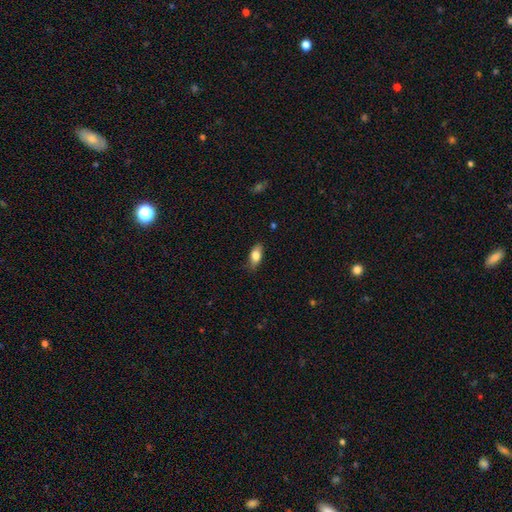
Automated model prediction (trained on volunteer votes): smooth_or_featured: smooth (p=0.79) [alt: featured or disk p=0.14]
how_rounded: in between (p=0.85) [alt: cigar-shaped p=0.10]
merging: none (p=0.78) [alt: minor disturbance p=0.17]